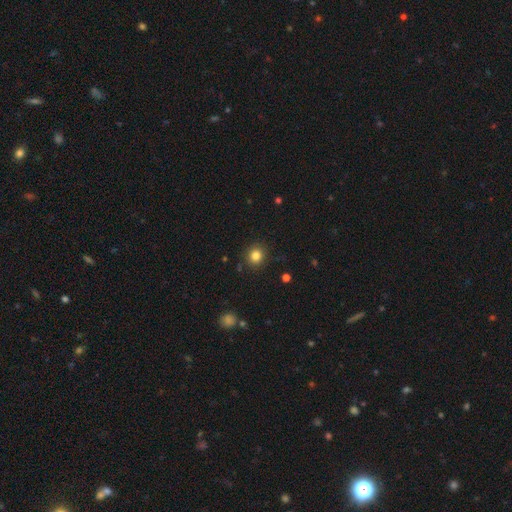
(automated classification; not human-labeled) This appears to be a smooth galaxy with no disk features (83%) that is round (86%). Merging: none (88%).